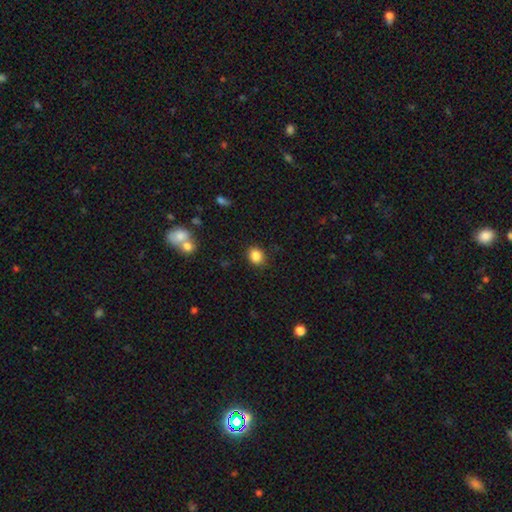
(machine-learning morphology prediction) This appears to be a smooth galaxy with no disk features (86%) that is round (62%). Merging: none (84%).